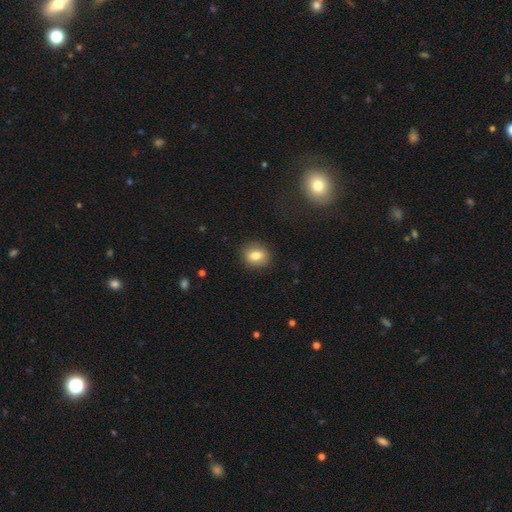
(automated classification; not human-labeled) Morphology: type=smooth (80%); roundness=round (63%); merging=none (88%).